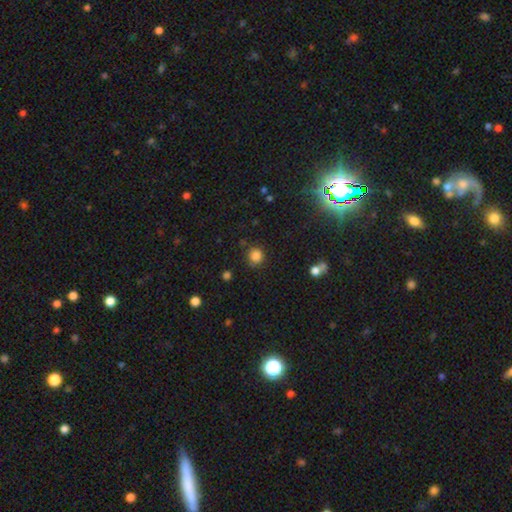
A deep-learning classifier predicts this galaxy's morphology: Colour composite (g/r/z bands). It shows a smooth galaxy with no disk features (83%) that is round (89%). Merging: none (84%).